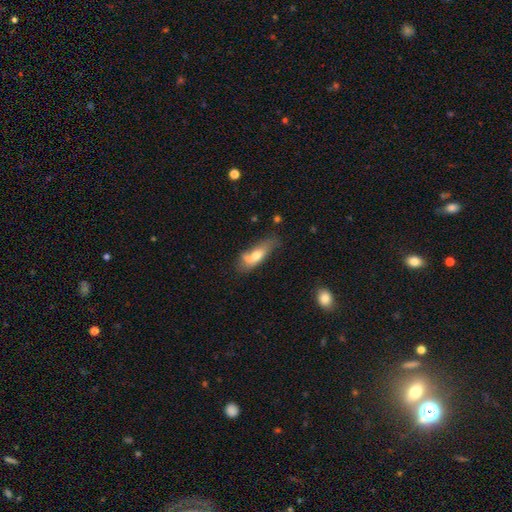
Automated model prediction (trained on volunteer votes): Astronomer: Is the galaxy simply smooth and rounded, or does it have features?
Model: smooth — 59%.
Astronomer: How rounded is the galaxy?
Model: in between — 61% (runner-up: cigar-shaped, 36%).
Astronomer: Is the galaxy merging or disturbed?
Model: none — 43% (runner-up: minor disturbance, 29%).